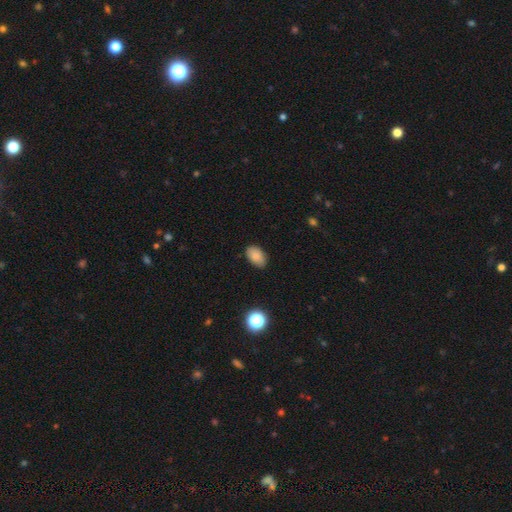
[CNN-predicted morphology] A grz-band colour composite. It shows a smooth galaxy with no disk features (86%) that is in between round and cigar-shaped (91%). Merging: none (86%).